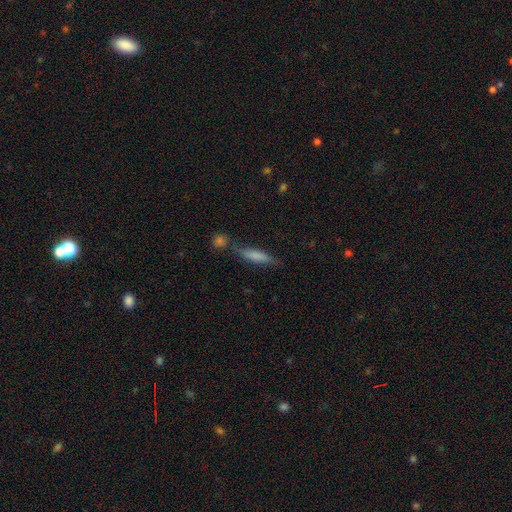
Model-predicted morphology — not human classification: The model was most divided on "merging": none: 62%, minor disturbance: 19%, merger: 14%, major disturbance: 6%. More confident: how rounded — cigar-shaped (75%); smooth or featured — smooth (69%).